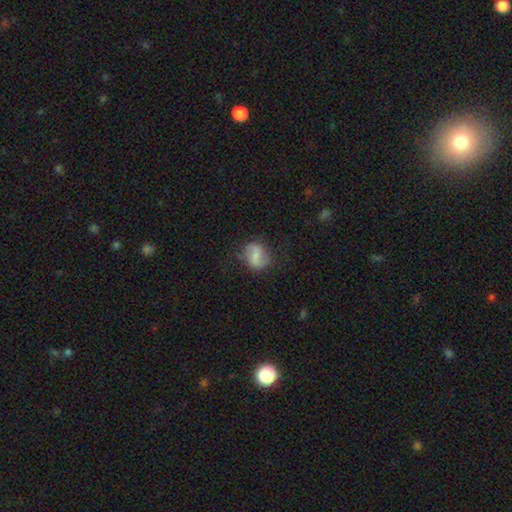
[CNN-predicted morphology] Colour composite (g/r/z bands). It shows a featured or disk galaxy (53%) with a weak bar (42%), spiral arms (84%) and no central bulge (42%). Merging: none (72%).